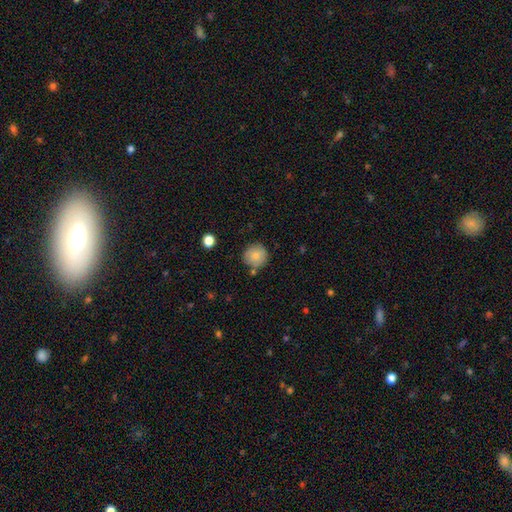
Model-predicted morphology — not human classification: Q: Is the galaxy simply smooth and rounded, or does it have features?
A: smooth — 81%.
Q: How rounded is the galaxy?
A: round — 94%.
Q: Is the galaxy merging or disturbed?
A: none — 80%.